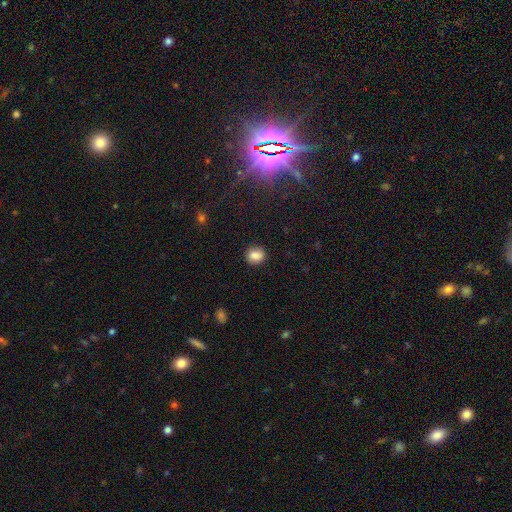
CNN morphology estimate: Smooth or featured?
  - smooth: 82% *
  - star or artifact: 10%
  - featured or disk: 8%
How rounded?
  - round: 69% *
  - in between: 29%
  - cigar-shaped: 1%
Merging?
  - none: 84% *
  - minor disturbance: 11%
  - major disturbance: 3%
  - merger: 2%